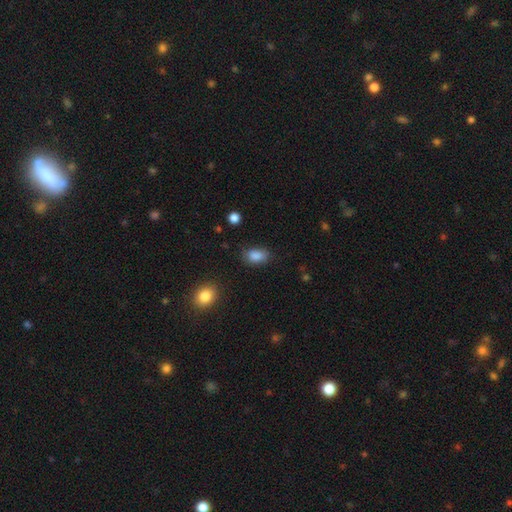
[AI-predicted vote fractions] The model was most divided on "merging": none: 72%, minor disturbance: 21%, major disturbance: 5%, merger: 2%. More confident: smooth or featured — smooth (85%); how rounded — in between (84%).